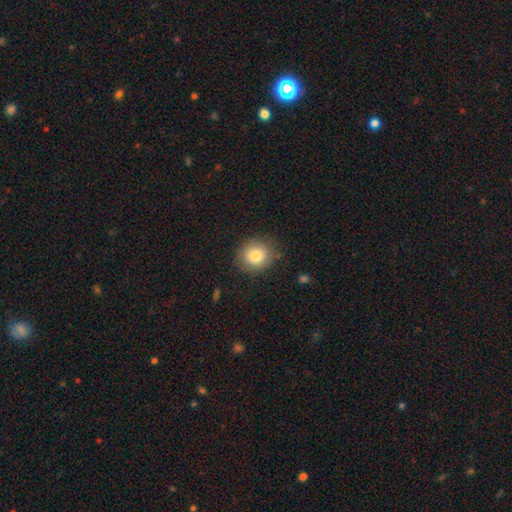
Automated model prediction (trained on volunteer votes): This is clearly a smooth galaxy (81%). How rounded: likely round (80%). Merging: clearly none (84%).